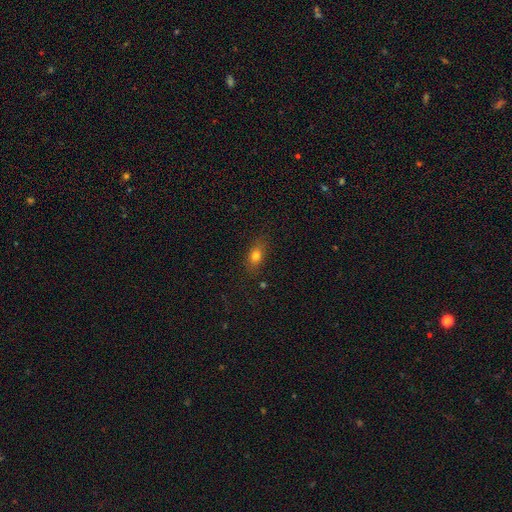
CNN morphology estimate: Overall: smooth (75%). How rounded: in between (74%). Merging: none (82%).